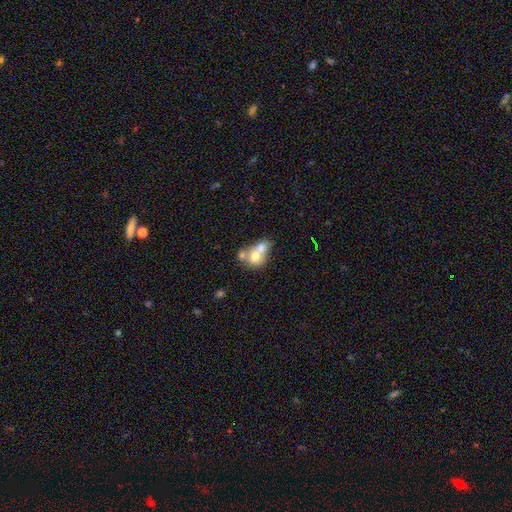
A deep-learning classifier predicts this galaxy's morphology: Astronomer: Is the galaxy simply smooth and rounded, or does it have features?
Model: smooth — 63%.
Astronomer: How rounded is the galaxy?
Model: round — 62% (runner-up: in between, 37%).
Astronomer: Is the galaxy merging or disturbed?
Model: merger — 71%.